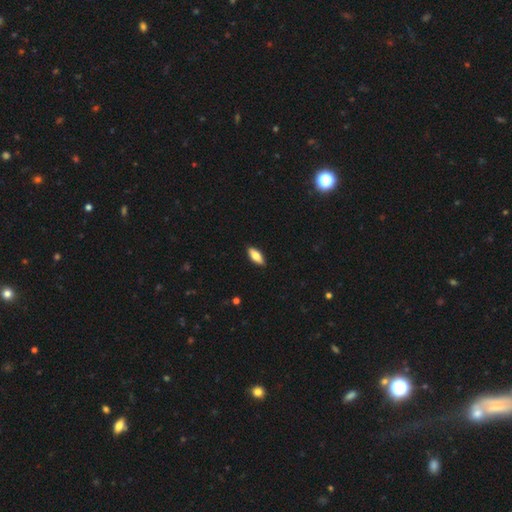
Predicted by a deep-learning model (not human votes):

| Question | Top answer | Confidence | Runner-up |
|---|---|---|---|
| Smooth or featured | smooth | 74% | featured or disk (20%) |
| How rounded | in between | 75% | cigar-shaped (22%) |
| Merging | none | 89% | minor disturbance (8%) |